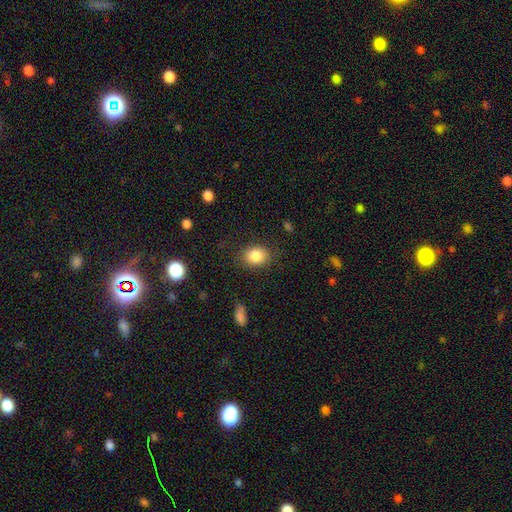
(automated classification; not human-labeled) This appears to be a smooth galaxy with no disk features (84%) that is in between round and cigar-shaped (54%). Merging: none (80%).